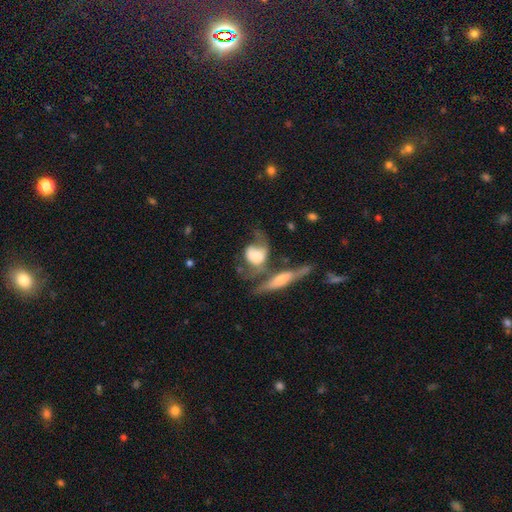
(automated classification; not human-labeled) Smooth or featured? Predicted: smooth (p=0.48). Merging? Predicted: merger (p=0.41).